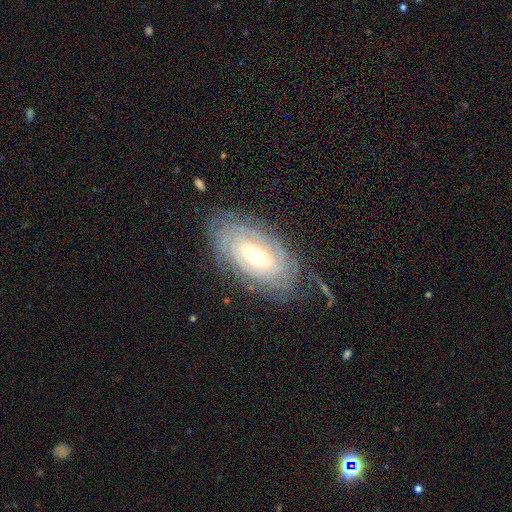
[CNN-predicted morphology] Q: Smooth or featured?
A: featured or disk (82%); runner-up: smooth (11%)
Q: Edge-on disk?
A: no (93%); runner-up: yes (7%)
Q: Bar?
A: weak (46%); runner-up: strong (27%)
Q: Spiral arms?
A: yes (94%); runner-up: no (6%)
Q: Spiral winding?
A: tight (82%); runner-up: medium (14%)
Q: Spiral arm count?
A: can't tell (49%); runner-up: 4 (14%)
Q: Bulge size?
A: moderate (57%); runner-up: small (34%)
Q: Merging?
A: none (77%); runner-up: minor disturbance (16%)